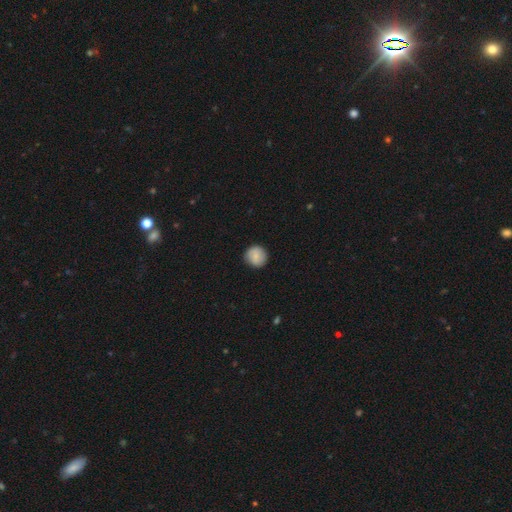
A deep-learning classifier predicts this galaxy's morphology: Smooth or featured: smooth — 82% (featured or disk — 11%)
How rounded: round — 93% (in between — 6%)
Merging: none — 89% (minor disturbance — 8%)